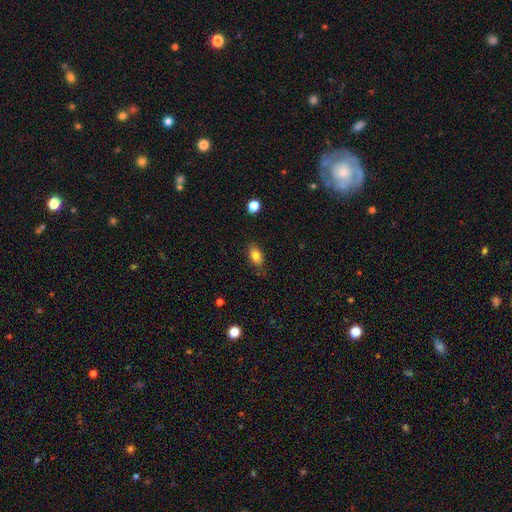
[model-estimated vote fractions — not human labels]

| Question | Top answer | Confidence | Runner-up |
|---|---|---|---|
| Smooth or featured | smooth | 82% | featured or disk (9%) |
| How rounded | in between | 86% | round (10%) |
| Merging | none | 80% | minor disturbance (15%) |